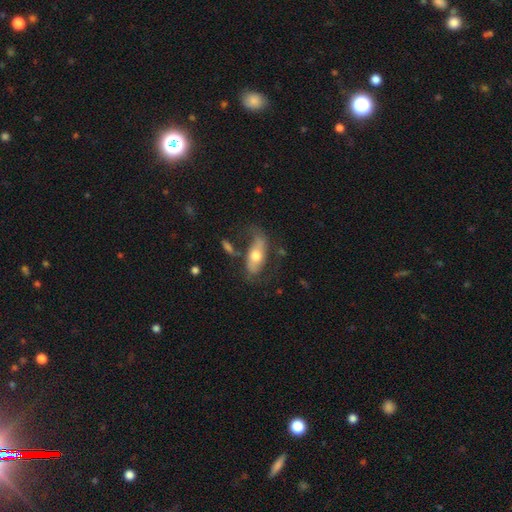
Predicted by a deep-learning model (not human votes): This appears to be a featured or disk galaxy (48%). Merging: none (48%).